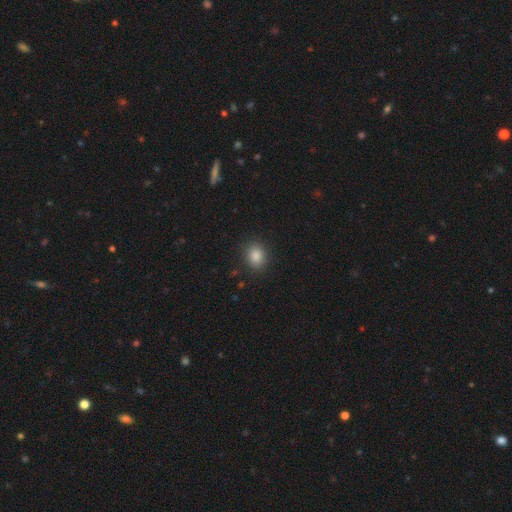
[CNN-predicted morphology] smooth 85%, star or artifact 10%, featured or disk 4%. Down the decision tree: how rounded — round (54%); merging — none (88%).